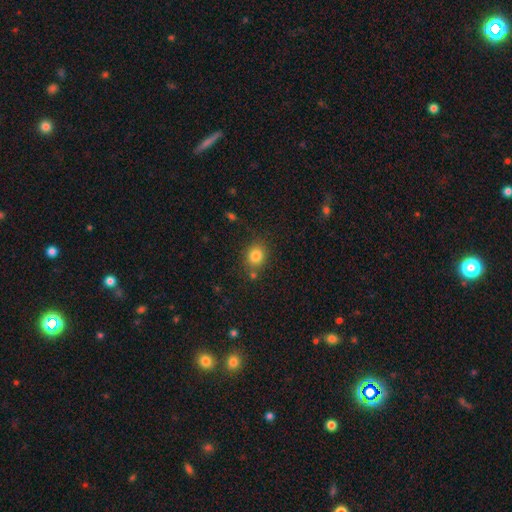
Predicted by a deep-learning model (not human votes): A smooth galaxy with no disk features (82%) that is round (73%).

Vote fractions:
- Smooth or featured? smooth: 82% / star or artifact: 11% / featured or disk: 7%
- How rounded? round: 73% / in between: 26% / cigar-shaped: 1%
- Merging? none: 76% / minor disturbance: 12% / merger: 8% / major disturbance: 4%